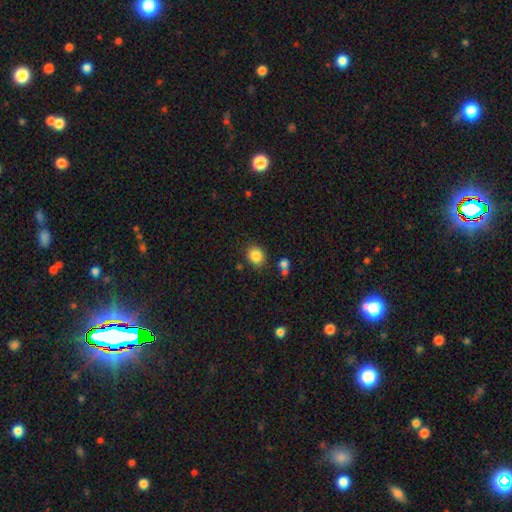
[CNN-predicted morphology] A smooth galaxy with no disk features (85%) that is round (67%). Merging: none (81%).